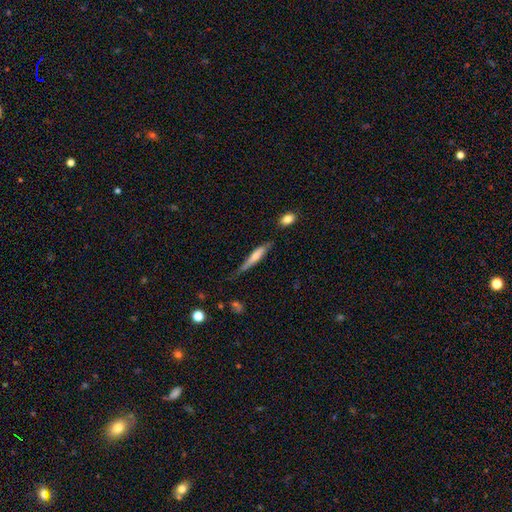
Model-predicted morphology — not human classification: smooth 50%, featured or disk 43%, star or artifact 7%. Down the decision tree: merging — none (59%).